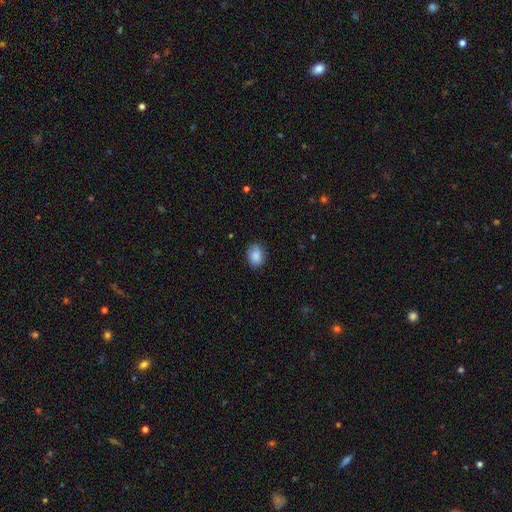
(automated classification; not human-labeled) smooth-or-featured: smooth: 83% | featured or disk: 9% | star or artifact: 8%
  how-rounded: in between: 66% | round: 33% | cigar-shaped: 1%
  merging: none: 80% | minor disturbance: 16% | major disturbance: 3% | merger: 1%